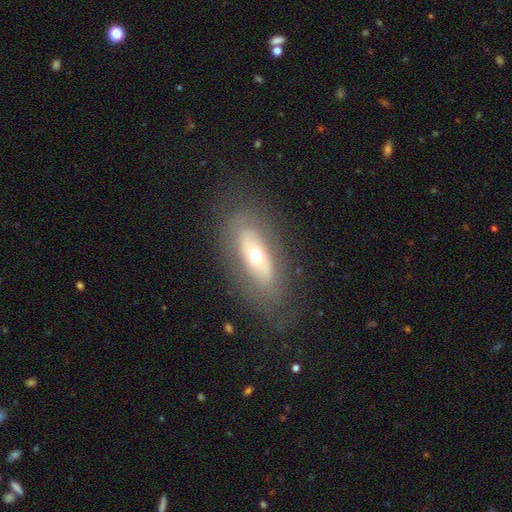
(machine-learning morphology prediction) smooth_or_featured: featured or disk (p=0.54) [alt: smooth p=0.38]
disk_edge_on: no (p=0.80) [alt: yes p=0.20]
merging: none (p=0.75) [alt: minor disturbance p=0.15]